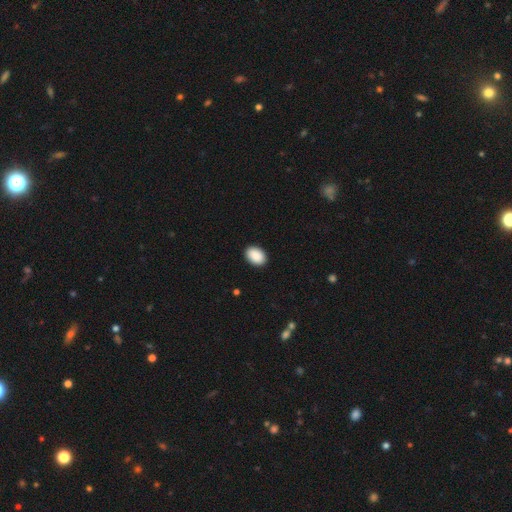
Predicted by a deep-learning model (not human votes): smooth 91%, star or artifact 6%, featured or disk 3%. Down the decision tree: how rounded — in between (82%); merging — none (91%).